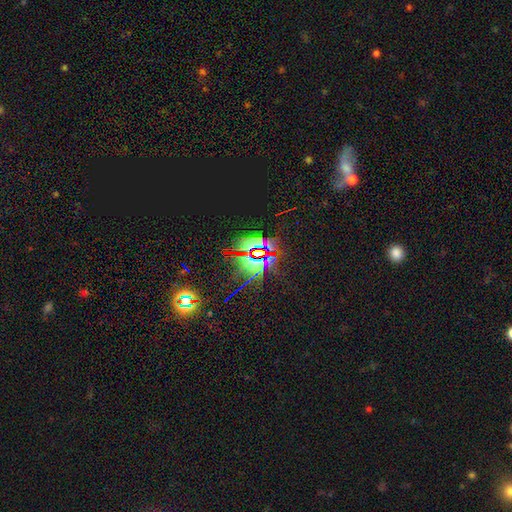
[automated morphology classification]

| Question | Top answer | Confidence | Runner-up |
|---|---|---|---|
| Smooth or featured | star or artifact | 81% | featured or disk (10%) |